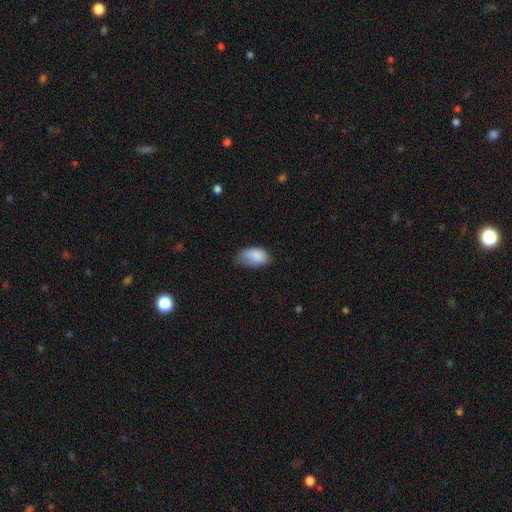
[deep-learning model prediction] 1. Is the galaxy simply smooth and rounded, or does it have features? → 86% smooth, 7% star or artifact, 7% featured or disk.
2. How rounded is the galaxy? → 93% in between, 6% round, 2% cigar-shaped.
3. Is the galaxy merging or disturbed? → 47% none, 40% minor disturbance, 11% major disturbance, 2% merger.